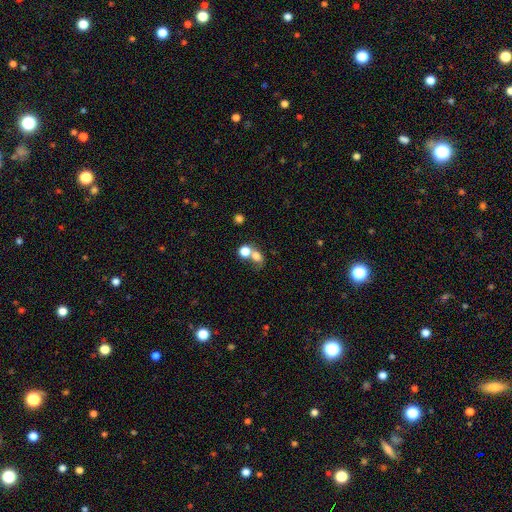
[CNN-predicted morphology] A smooth galaxy with no disk features (71%) that is round (58%).

Vote fractions:
- Smooth or featured? smooth: 71% / star or artifact: 15% / featured or disk: 14%
- How rounded? round: 58% / in between: 40% / cigar-shaped: 1%
- Merging? merger: 53% / none: 30% / minor disturbance: 9% / major disturbance: 8%